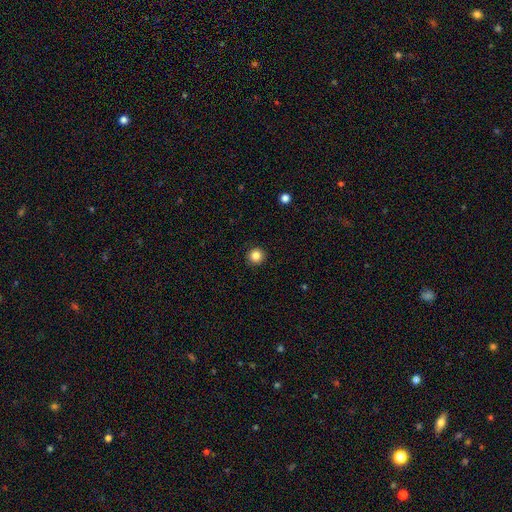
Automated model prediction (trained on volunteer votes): Smooth or featured? Predicted: smooth (p=0.85). How rounded? Predicted: round (p=0.95). Merging? Predicted: none (p=0.93).